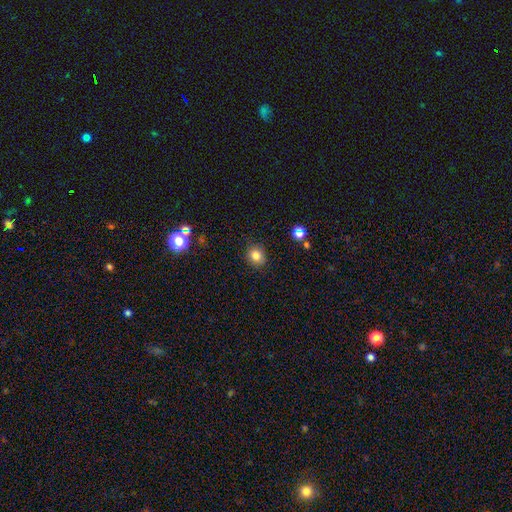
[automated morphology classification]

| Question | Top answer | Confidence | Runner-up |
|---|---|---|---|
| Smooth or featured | smooth | 81% | star or artifact (13%) |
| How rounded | round | 74% | in between (25%) |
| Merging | none | 87% | minor disturbance (10%) |